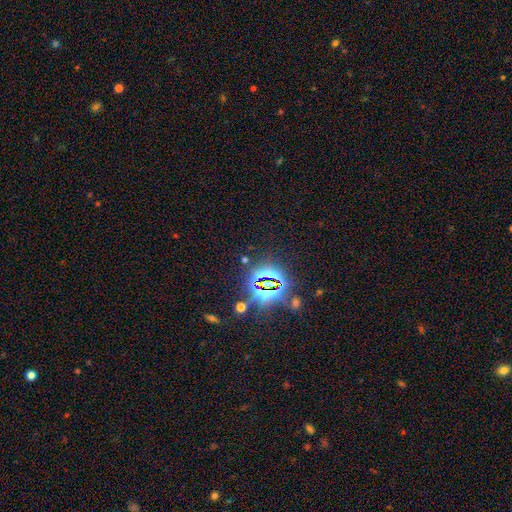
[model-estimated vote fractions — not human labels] Q: Smooth or featured?
A: star or artifact (84%); runner-up: smooth (9%)